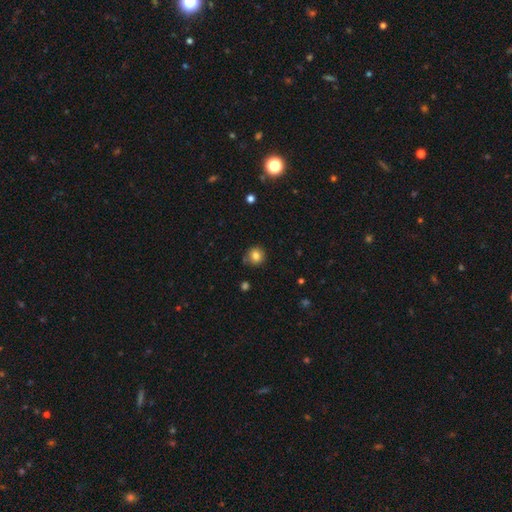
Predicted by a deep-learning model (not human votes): Smooth or featured: smooth — 82% (star or artifact — 11%)
How rounded: round — 92% (in between — 7%)
Merging: none — 84% (minor disturbance — 11%)